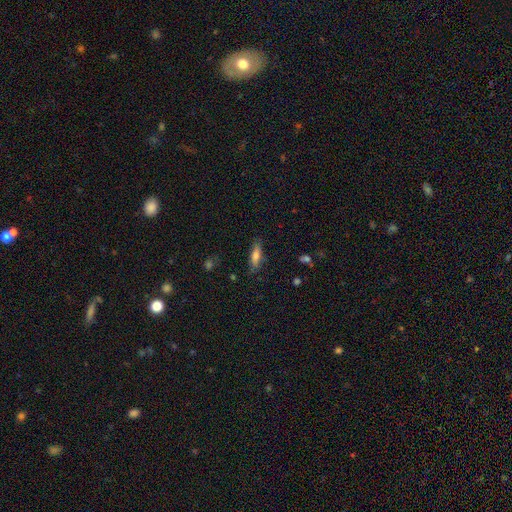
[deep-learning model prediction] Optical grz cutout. It shows a smooth galaxy with no disk features (68%) that is cigar-shaped (56%). Merging: none (78%).